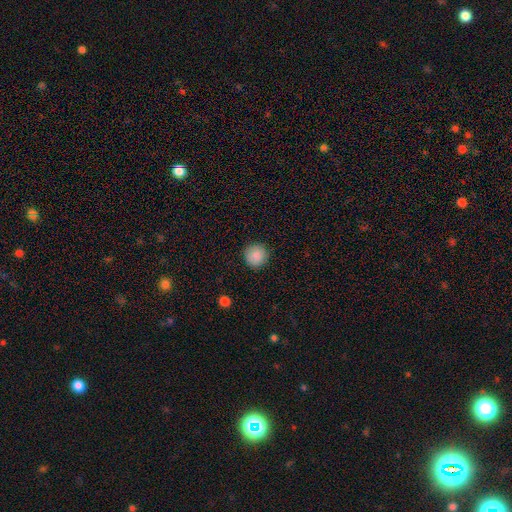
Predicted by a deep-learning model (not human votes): smooth 88%, star or artifact 8%, featured or disk 4%. Down the decision tree: how rounded — round (94%); merging — none (90%).